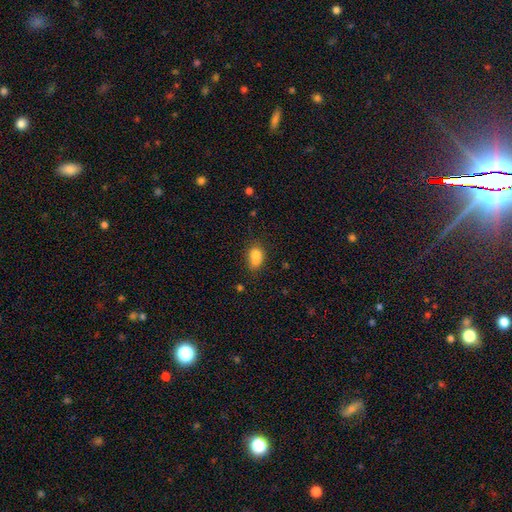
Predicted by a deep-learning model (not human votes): Smooth or featured? Predicted: smooth (p=0.80). How rounded? Predicted: in between (p=0.72). Merging? Predicted: none (p=0.49).